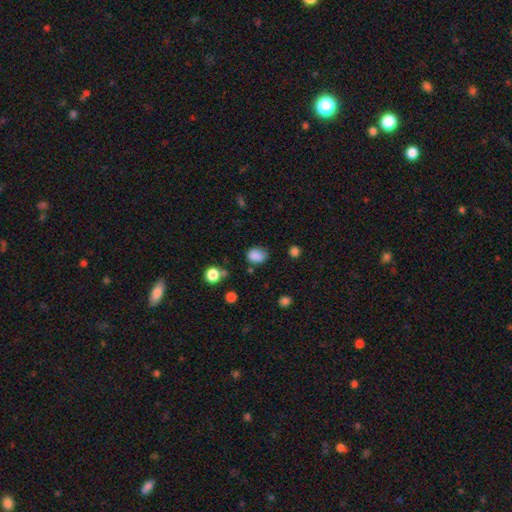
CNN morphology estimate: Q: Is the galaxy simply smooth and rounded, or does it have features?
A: smooth — 84%.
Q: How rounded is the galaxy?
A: in between — 56%.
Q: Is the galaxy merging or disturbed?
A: none — 68%.